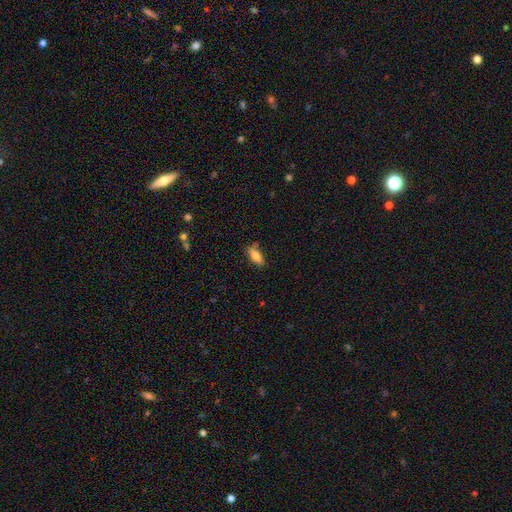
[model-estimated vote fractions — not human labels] Smooth or featured? Predicted: smooth (p=0.78). How rounded? Predicted: in between (p=0.75). Merging? Predicted: none (p=0.71).